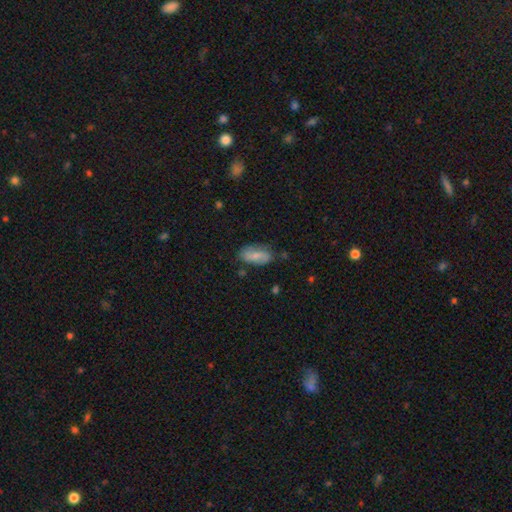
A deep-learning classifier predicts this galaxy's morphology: type=smooth (60%); roundness=in between (89%); merging=none (69%).